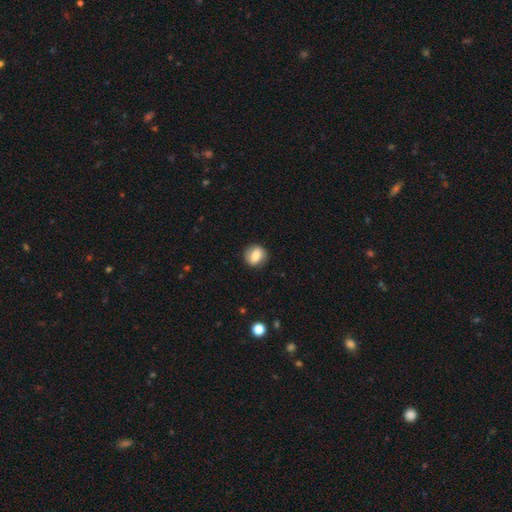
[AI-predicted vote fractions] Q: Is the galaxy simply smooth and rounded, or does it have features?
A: smooth — 75%.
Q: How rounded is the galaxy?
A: round — 75%.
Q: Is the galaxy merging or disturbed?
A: none — 87%.